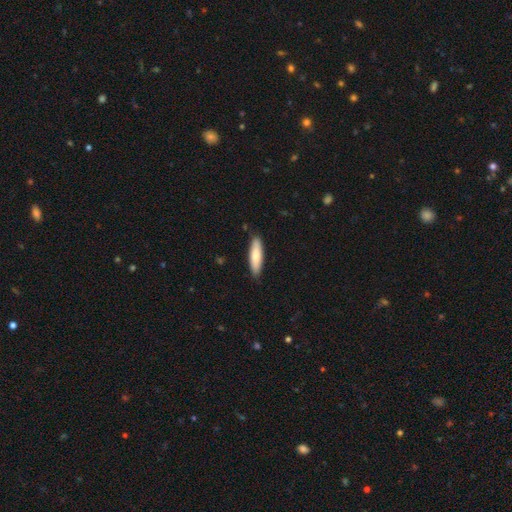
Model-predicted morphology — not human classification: smooth_or_featured: smooth (p=0.79) [alt: featured or disk p=0.15]
how_rounded: cigar-shaped (p=0.65) [alt: in between p=0.34]
merging: none (p=0.87) [alt: minor disturbance p=0.10]